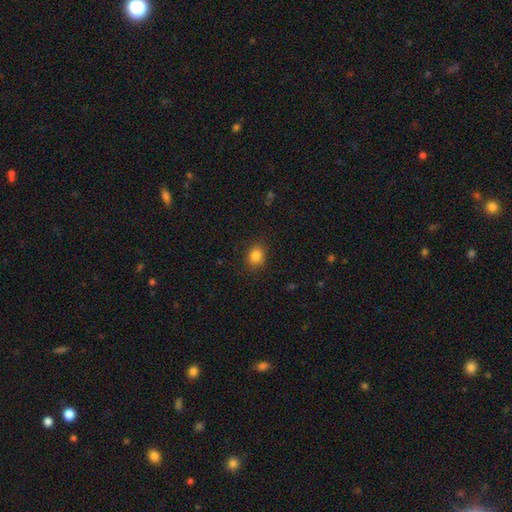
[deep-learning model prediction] A smooth galaxy with no disk features (85%) that is round (59%). Merging: none (85%).